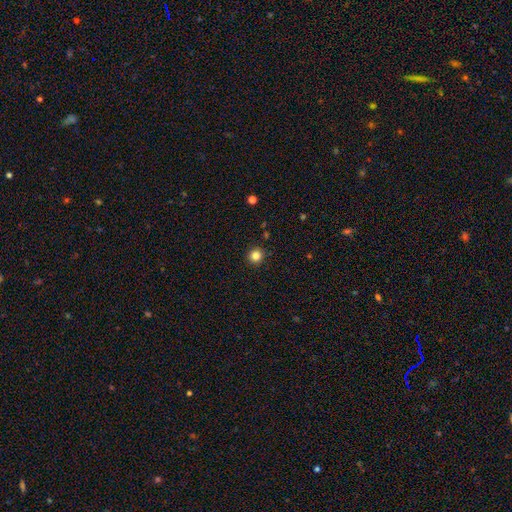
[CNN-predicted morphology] smooth-or-featured: smooth: 83% | star or artifact: 12% | featured or disk: 5%
  how-rounded: round: 94% | in between: 5% | cigar-shaped: 1%
  merging: none: 93% | minor disturbance: 5% | major disturbance: 2% | merger: 1%